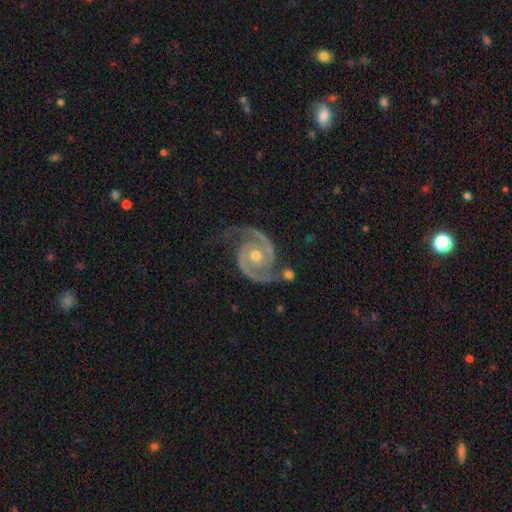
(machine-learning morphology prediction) Overall: featured or disk (93%). Edge-on disk: no (98%). Bar: no (70%). Spiral arms: yes (99%). Spiral arm count: 2 (94%). Spiral winding: medium (50%; tight 40%). Bulge size: moderate (66%; small 30%). Merging: none (71%).